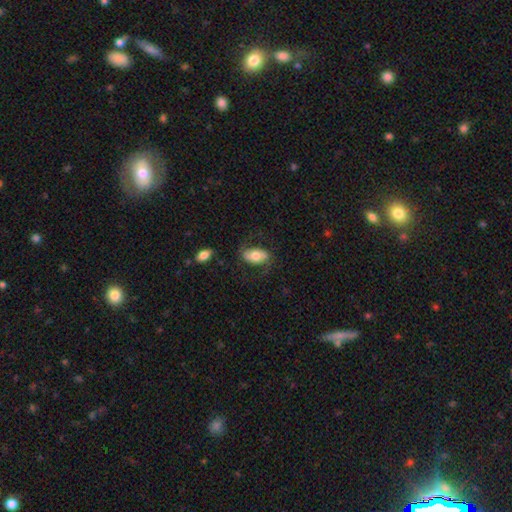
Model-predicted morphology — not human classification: type=smooth (55%); roundness=in between (91%); merging=none (67%).